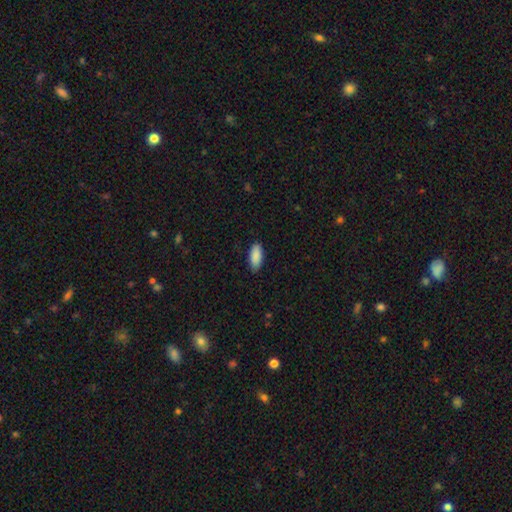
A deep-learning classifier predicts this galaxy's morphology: This appears to be a smooth galaxy with no disk features (90%) that is in between round and cigar-shaped (84%). Merging: none (86%).